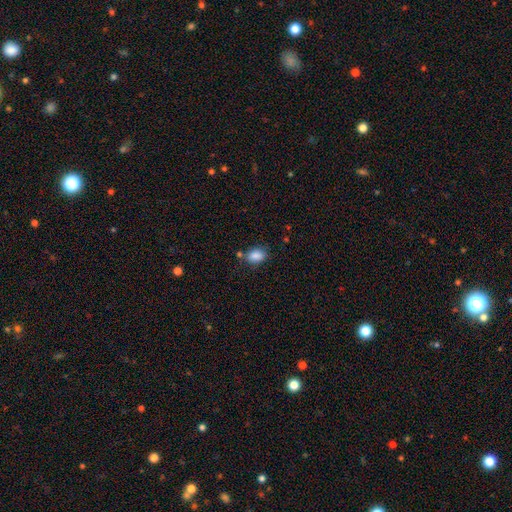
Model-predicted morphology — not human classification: Smooth or featured? Predicted: smooth (p=0.85). How rounded? Predicted: in between (p=0.76). Merging? Predicted: none (p=0.68).